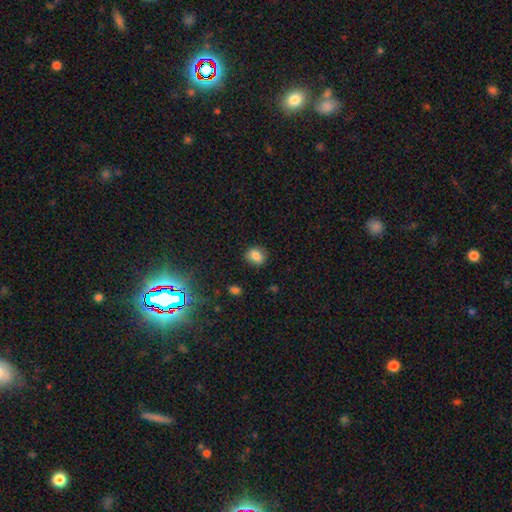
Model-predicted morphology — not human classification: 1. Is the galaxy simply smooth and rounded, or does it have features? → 82% smooth, 10% star or artifact, 8% featured or disk.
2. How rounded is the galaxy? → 53% round, 46% in between, 1% cigar-shaped.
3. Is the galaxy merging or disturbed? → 83% none, 13% minor disturbance, 3% major disturbance, 1% merger.